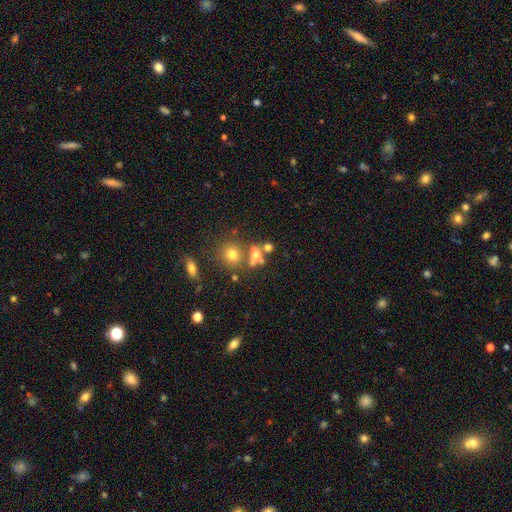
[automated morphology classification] This is likely a smooth galaxy (61%). How rounded: possibly in between (53%). Merging: marginally none (43%).